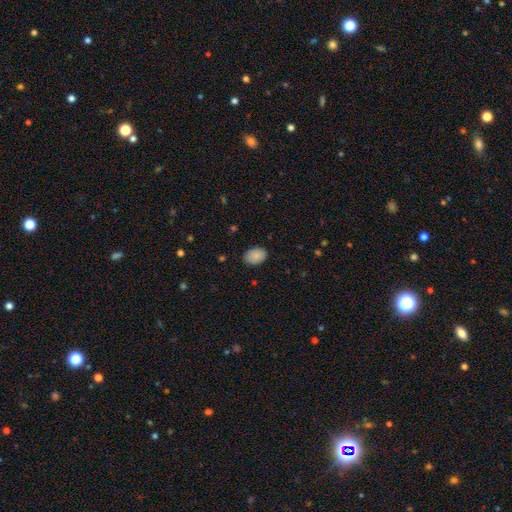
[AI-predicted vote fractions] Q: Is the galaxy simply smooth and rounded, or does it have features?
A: smooth — 87%.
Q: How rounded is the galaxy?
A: in between — 81%.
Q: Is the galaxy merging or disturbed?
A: none — 84%.